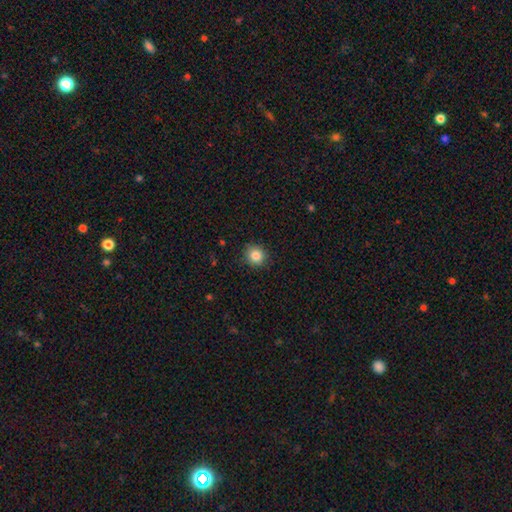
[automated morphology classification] A smooth galaxy with no disk features (85%) that is round (88%). Merging: none (89%).